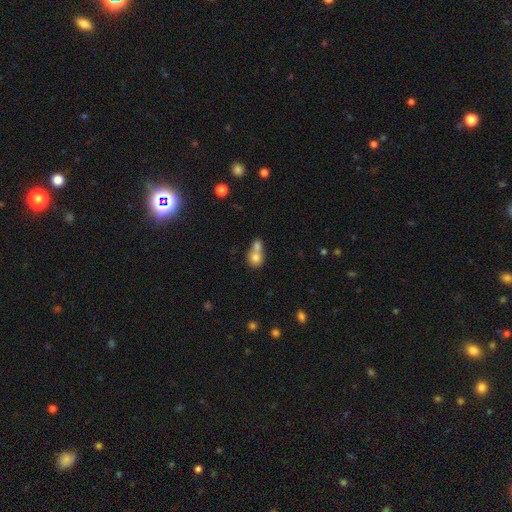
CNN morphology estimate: The model was most divided on "how rounded": round: 68%, in between: 30%, cigar-shaped: 2%. More confident: smooth or featured — smooth (74%); merging — merger (65%).